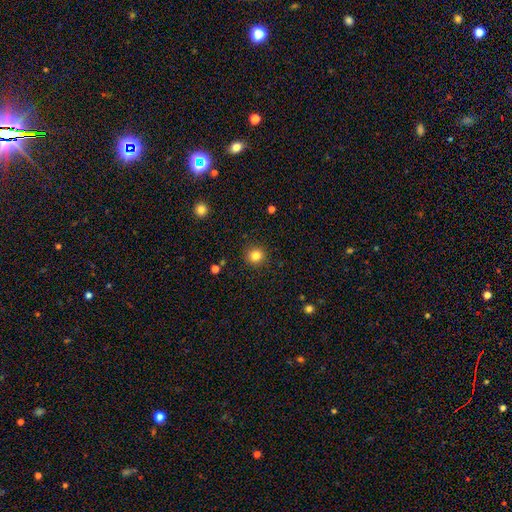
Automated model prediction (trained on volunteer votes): This appears to be a smooth galaxy with no disk features (83%) that is round (92%). Merging: none (91%).